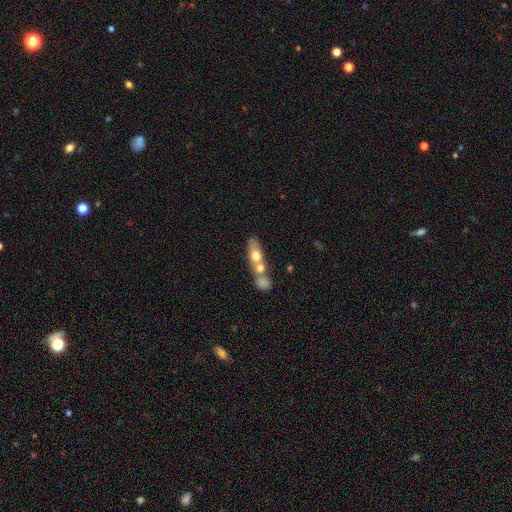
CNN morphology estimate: Q: Smooth or featured?
A: smooth (60%); runner-up: featured or disk (33%)
Q: How rounded?
A: in between (60%); runner-up: cigar-shaped (27%)
Q: Merging?
A: merger (59%); runner-up: none (27%)